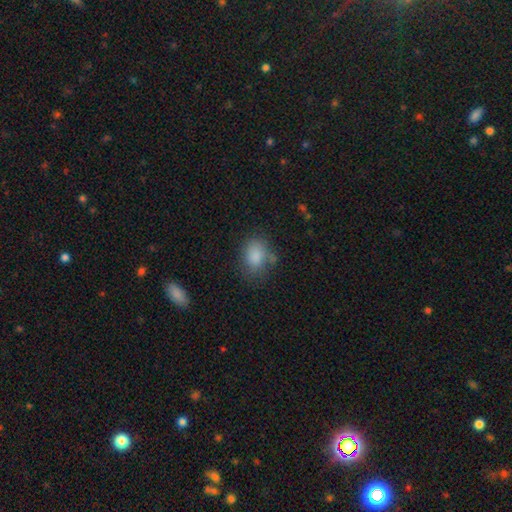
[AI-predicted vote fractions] Q: Smooth or featured?
A: smooth (83%); runner-up: star or artifact (9%)
Q: How rounded?
A: in between (68%); runner-up: round (31%)
Q: Merging?
A: none (56%); runner-up: minor disturbance (26%)